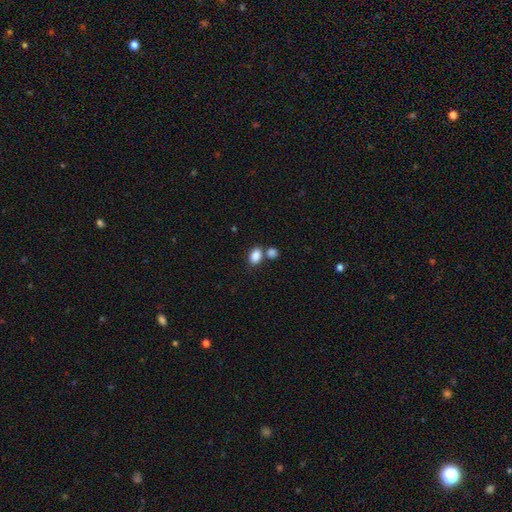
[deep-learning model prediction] Smooth or featured: smooth — 86% (star or artifact — 9%)
How rounded: in between — 79% (round — 20%)
Merging: none — 57% (merger — 29%)